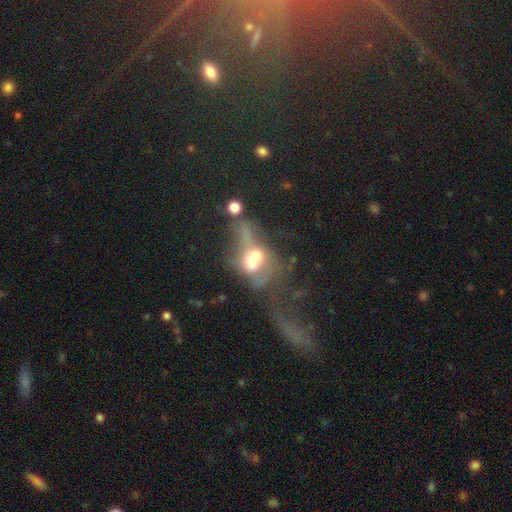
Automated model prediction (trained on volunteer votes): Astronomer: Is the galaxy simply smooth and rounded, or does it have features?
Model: featured or disk — 49% (runner-up: smooth, 37%).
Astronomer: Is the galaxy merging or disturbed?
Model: merger — 63%.